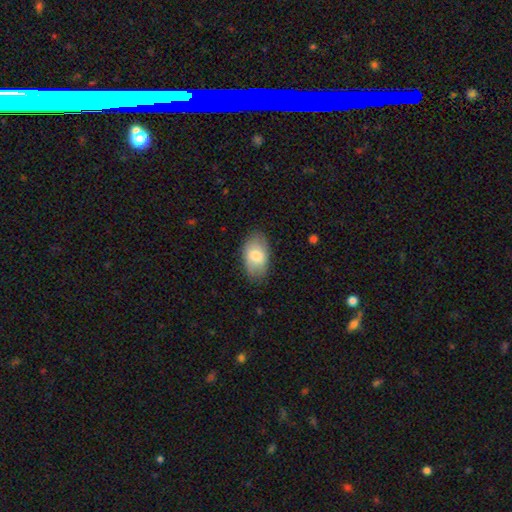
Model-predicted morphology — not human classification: This appears to be a smooth galaxy with no disk features (76%) that is in between round and cigar-shaped (92%). Merging: none (81%).